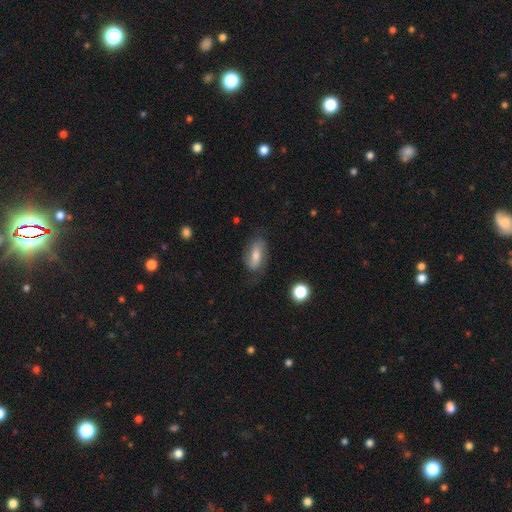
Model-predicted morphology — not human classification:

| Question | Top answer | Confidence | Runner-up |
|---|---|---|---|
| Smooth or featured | featured or disk | 46% | smooth (45%) |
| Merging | none | 67% | minor disturbance (22%) |